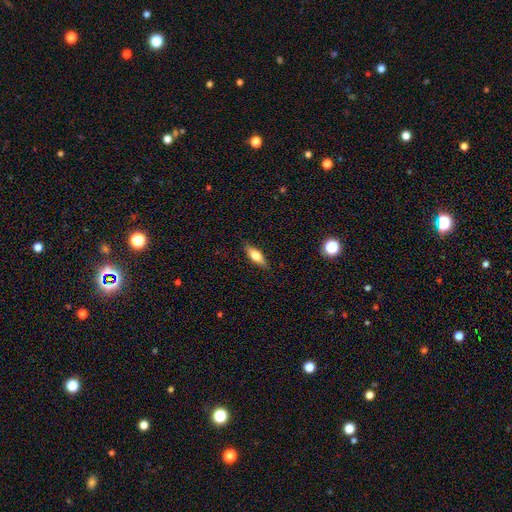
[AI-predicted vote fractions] Smooth or featured: smooth — 66% (featured or disk — 27%)
How rounded: in between — 61% (cigar-shaped — 36%)
Merging: none — 86% (minor disturbance — 11%)